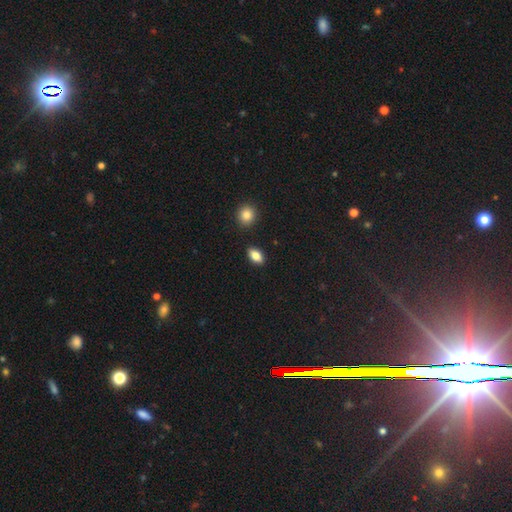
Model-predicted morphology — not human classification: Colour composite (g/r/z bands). It shows a smooth galaxy with no disk features (84%) that is in between round and cigar-shaped (89%). Merging: none (88%).